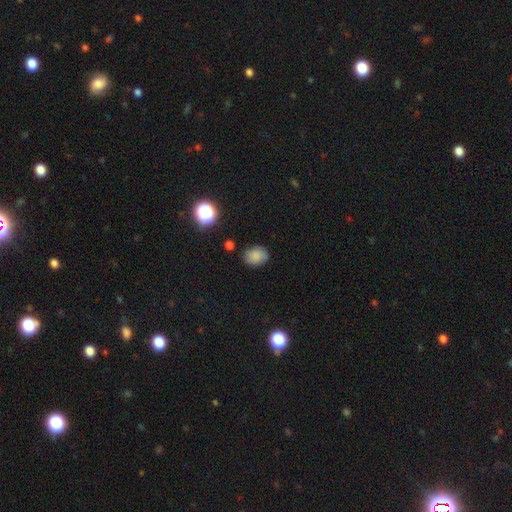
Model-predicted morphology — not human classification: Q: Smooth or featured?
A: smooth (78%); runner-up: star or artifact (12%)
Q: How rounded?
A: in between (57%); runner-up: round (42%)
Q: Merging?
A: none (78%); runner-up: minor disturbance (16%)